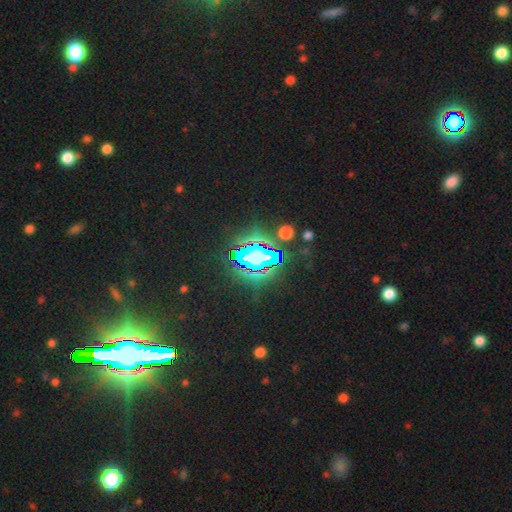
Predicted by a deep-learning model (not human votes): Q: Smooth or featured?
A: star or artifact (73%); runner-up: smooth (15%)